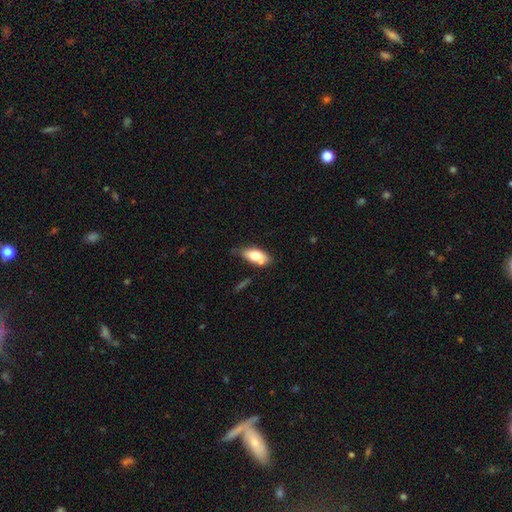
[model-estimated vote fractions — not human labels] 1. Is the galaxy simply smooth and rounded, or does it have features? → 71% smooth, 22% featured or disk, 7% star or artifact.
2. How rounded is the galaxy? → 86% in between, 11% cigar-shaped, 3% round.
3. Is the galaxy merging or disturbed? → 60% none, 22% minor disturbance, 13% merger, 6% major disturbance.